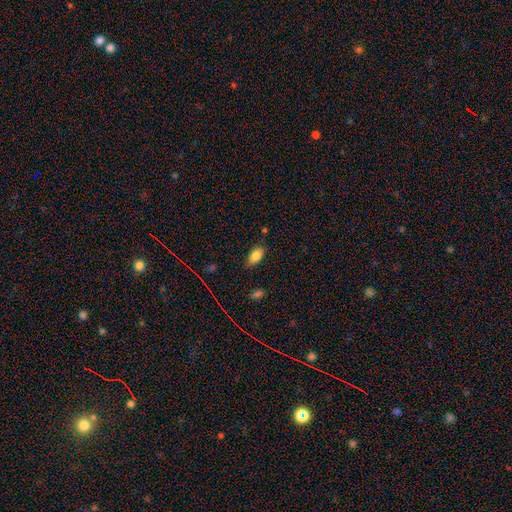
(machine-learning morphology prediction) The model was most divided on "merging": none: 81%, minor disturbance: 14%, major disturbance: 3%, merger: 2%. More confident: how rounded — in between (91%); smooth or featured — smooth (82%).